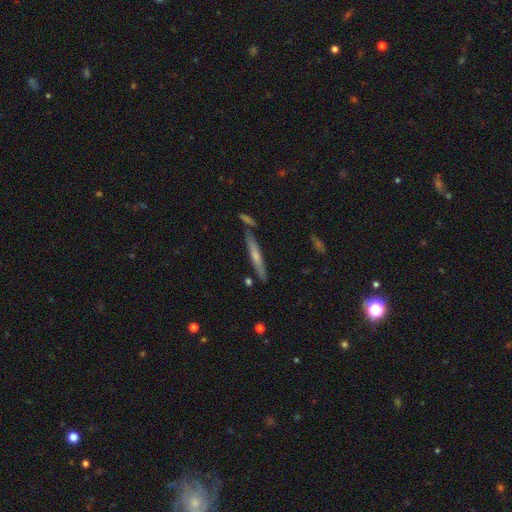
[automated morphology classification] Smooth or featured: smooth — 47% (featured or disk — 46%)
Merging: none — 81% (minor disturbance — 10%)